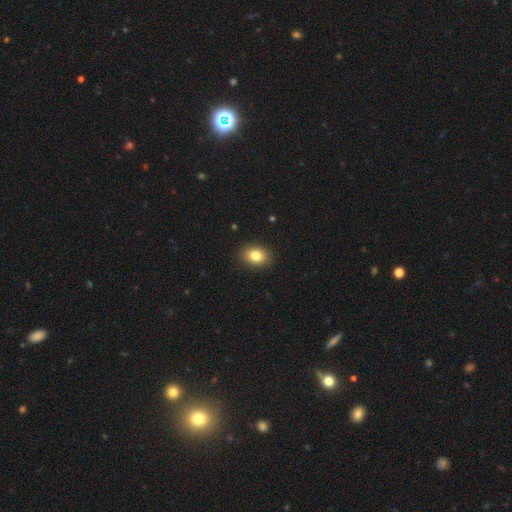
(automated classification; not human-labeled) smooth-or-featured: smooth: 83% | star or artifact: 10% | featured or disk: 8%
  how-rounded: in between: 64% | round: 35% | cigar-shaped: 1%
  merging: none: 90% | minor disturbance: 7% | major disturbance: 2% | merger: 1%